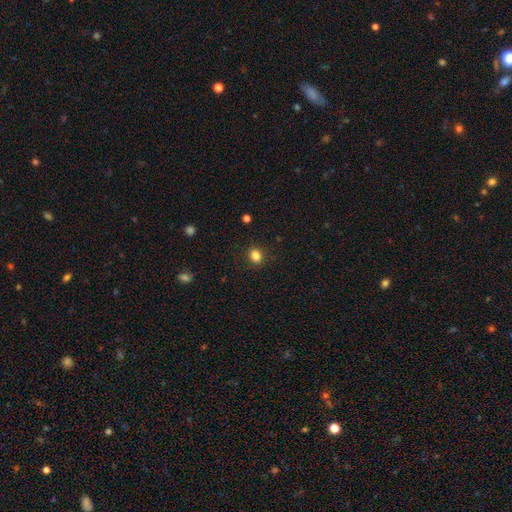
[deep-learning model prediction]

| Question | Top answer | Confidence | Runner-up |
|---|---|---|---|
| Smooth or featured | smooth | 85% | star or artifact (11%) |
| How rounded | round | 60% | in between (39%) |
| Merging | none | 88% | minor disturbance (8%) |